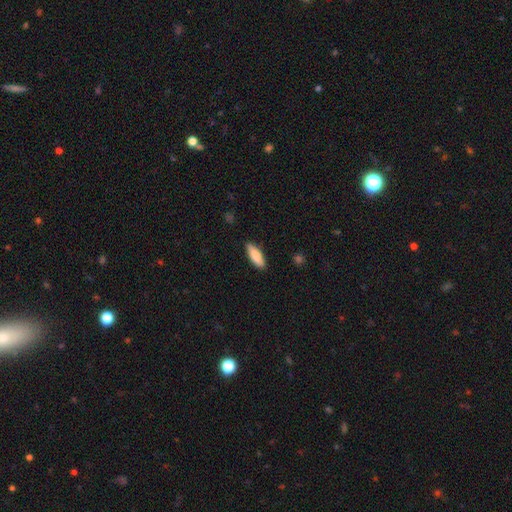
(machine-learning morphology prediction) Smooth or featured? smooth (82%)
How rounded? in between (54%)
Merging? none (88%)